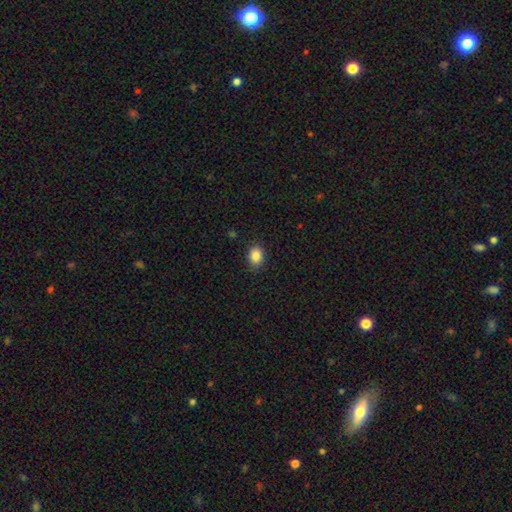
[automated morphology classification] A smooth galaxy with no disk features (87%) that is in between round and cigar-shaped (61%). Merging: none (85%).